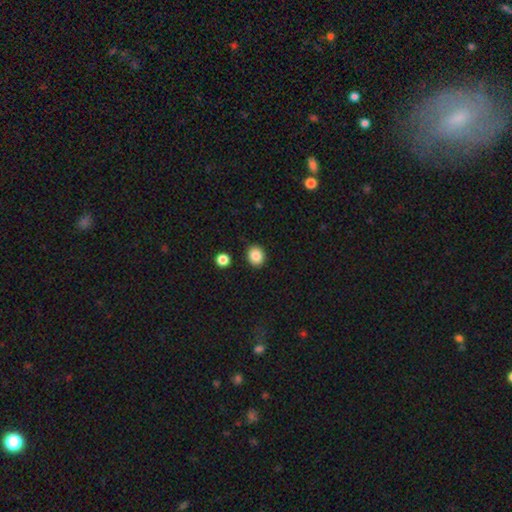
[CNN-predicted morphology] smooth_or_featured: smooth (p=0.86) [alt: star or artifact p=0.09]
how_rounded: round (p=0.71) [alt: in between p=0.28]
merging: none (p=0.90) [alt: minor disturbance p=0.06]